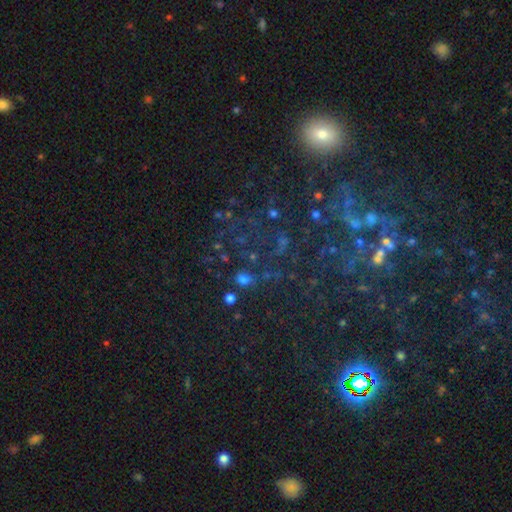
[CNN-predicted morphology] Smooth or featured? star or artifact (66%)